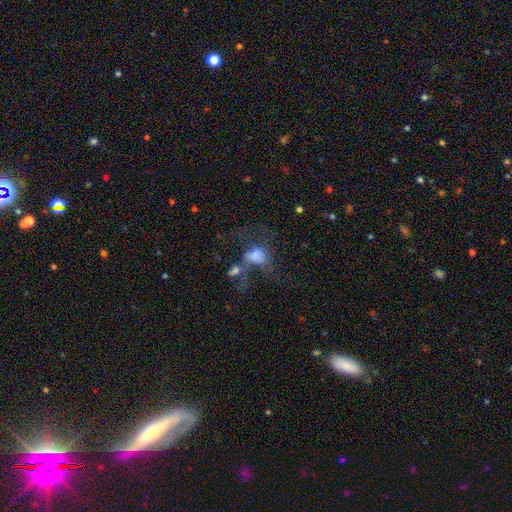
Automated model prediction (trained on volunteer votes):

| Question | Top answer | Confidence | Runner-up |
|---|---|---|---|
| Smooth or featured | smooth | 46% | featured or disk (38%) |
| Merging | merger | 37% | major disturbance (33%) |